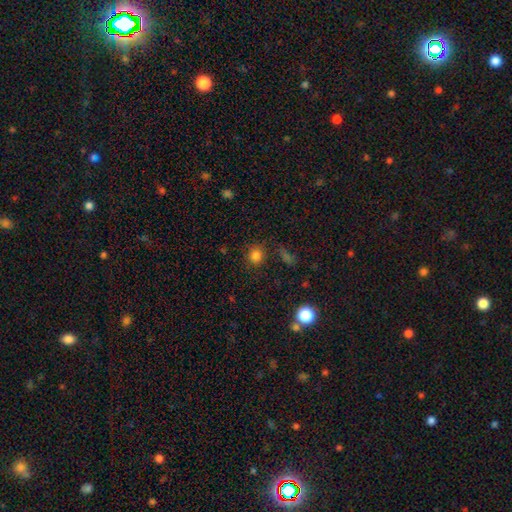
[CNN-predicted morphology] A smooth galaxy with no disk features (80%) that is round (84%).

Vote fractions:
- Smooth or featured? smooth: 80% / star or artifact: 15% / featured or disk: 5%
- How rounded? round: 84% / in between: 15% / cigar-shaped: 1%
- Merging? none: 81% / minor disturbance: 11% / major disturbance: 4% / merger: 4%